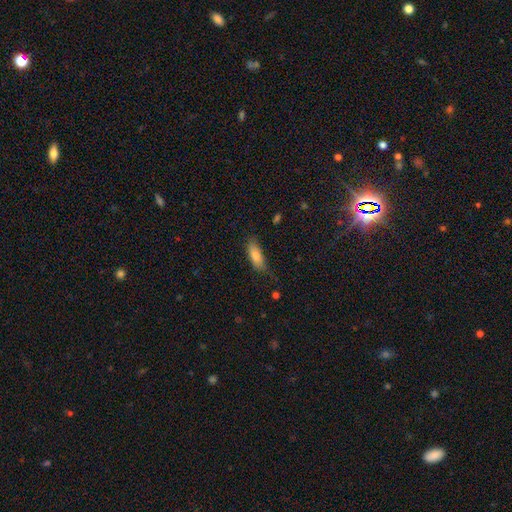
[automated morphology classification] smooth 83%, featured or disk 11%, star or artifact 7%. Down the decision tree: how rounded — in between (68%); merging — none (71%).